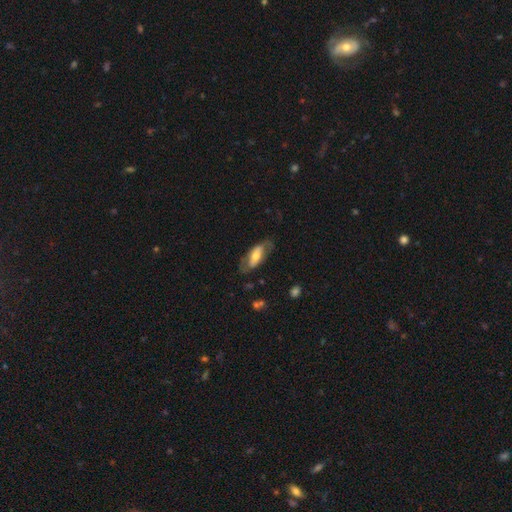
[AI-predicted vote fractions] The model was most divided on "smooth or featured": featured or disk: 50%, smooth: 44%, star or artifact: 6%. More confident: edge-on disk — no (80%); merging — none (68%).